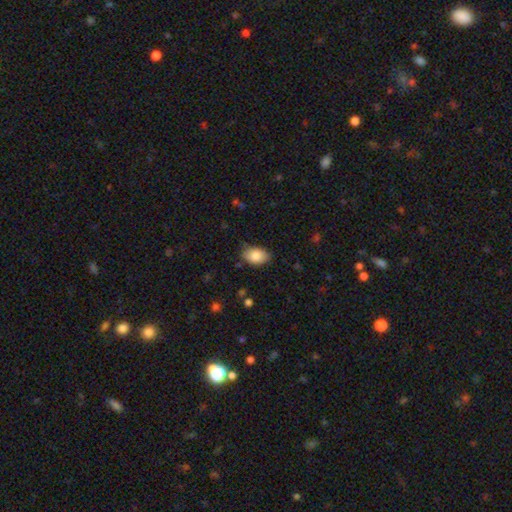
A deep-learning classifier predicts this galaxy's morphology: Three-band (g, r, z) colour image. It shows a smooth galaxy with no disk features (86%) that is in between round and cigar-shaped (89%). Merging: none (78%).